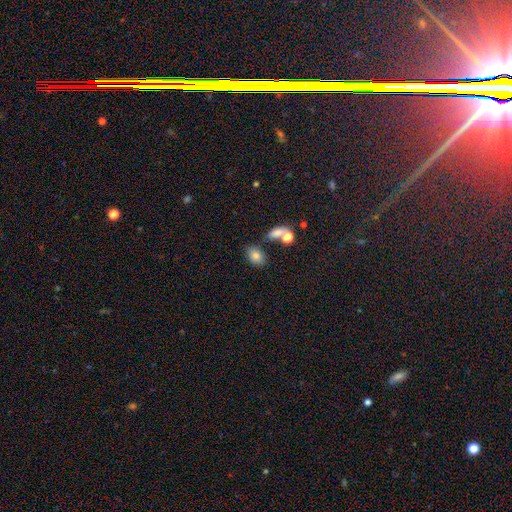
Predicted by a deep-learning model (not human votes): smooth 80%, star or artifact 11%, featured or disk 9%. Down the decision tree: how rounded — in between (75%); merging — none (68%).